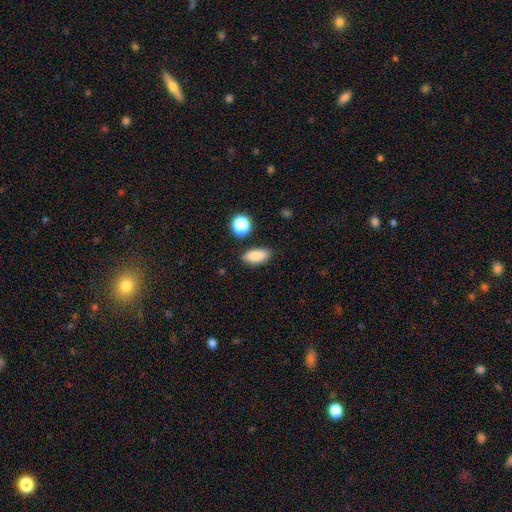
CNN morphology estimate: Smooth or featured?
  - smooth: 83% *
  - star or artifact: 9%
  - featured or disk: 7%
How rounded?
  - in between: 83% *
  - cigar-shaped: 11%
  - round: 6%
Merging?
  - none: 83% *
  - minor disturbance: 11%
  - merger: 3%
  - major disturbance: 3%